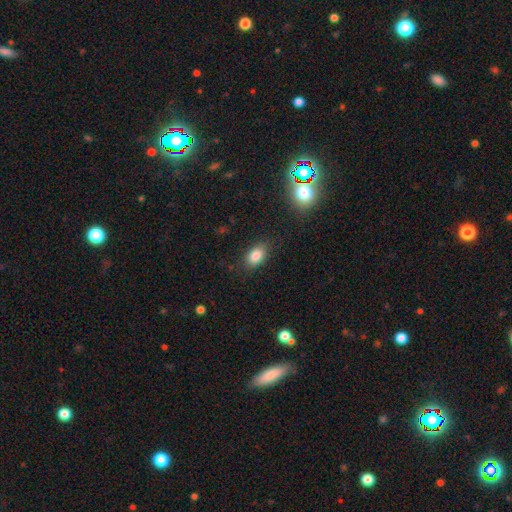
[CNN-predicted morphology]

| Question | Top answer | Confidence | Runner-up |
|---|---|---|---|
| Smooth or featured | smooth | 84% | star or artifact (10%) |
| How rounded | in between | 85% | round (13%) |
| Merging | none | 82% | minor disturbance (13%) |